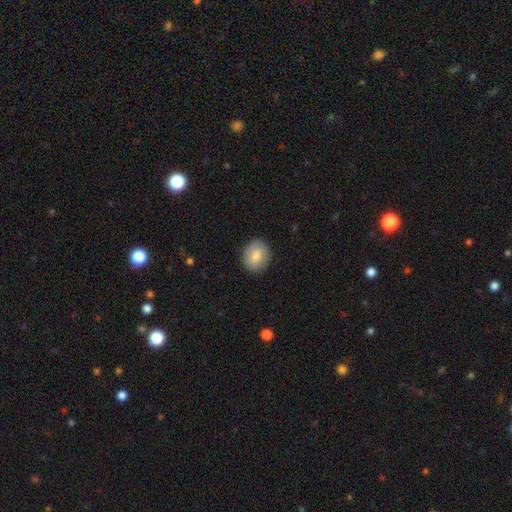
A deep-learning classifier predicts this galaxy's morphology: smooth 79%, featured or disk 14%, star or artifact 7%. Down the decision tree: how rounded — round (60%); merging — none (87%).